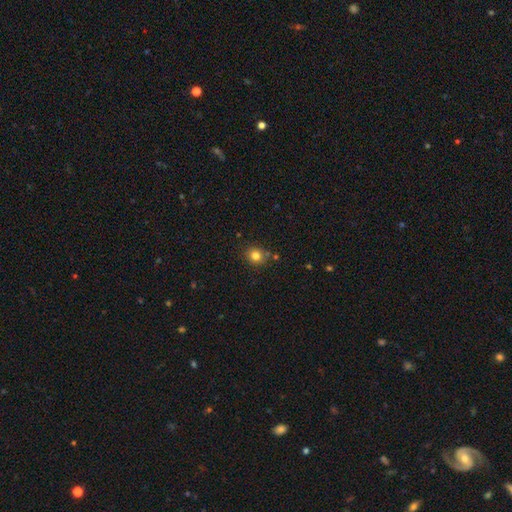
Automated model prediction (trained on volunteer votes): Smooth or featured?
  - smooth: 80% *
  - star or artifact: 13%
  - featured or disk: 7%
How rounded?
  - round: 82% *
  - in between: 18%
  - cigar-shaped: 1%
Merging?
  - none: 80% *
  - minor disturbance: 11%
  - merger: 6%
  - major disturbance: 3%